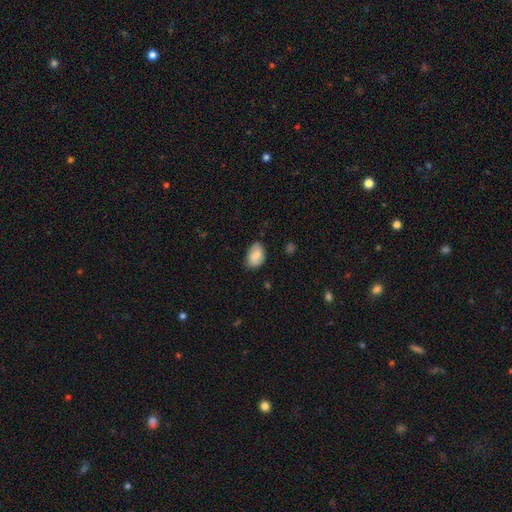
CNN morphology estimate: A smooth galaxy with no disk features (79%) that is in between round and cigar-shaped (87%).

Vote fractions:
- Smooth or featured? smooth: 79% / featured or disk: 14% / star or artifact: 7%
- How rounded? in between: 87% / round: 12% / cigar-shaped: 1%
- Merging? none: 70% / minor disturbance: 24% / major disturbance: 4% / merger: 1%